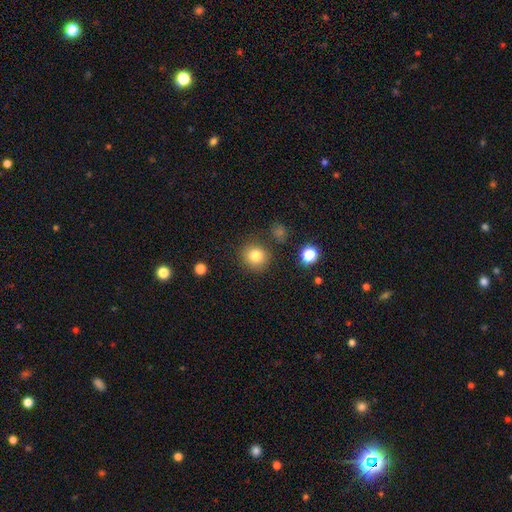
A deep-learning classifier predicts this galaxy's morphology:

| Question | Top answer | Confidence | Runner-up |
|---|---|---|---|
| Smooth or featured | smooth | 82% | star or artifact (12%) |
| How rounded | round | 90% | in between (9%) |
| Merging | none | 85% | minor disturbance (8%) |